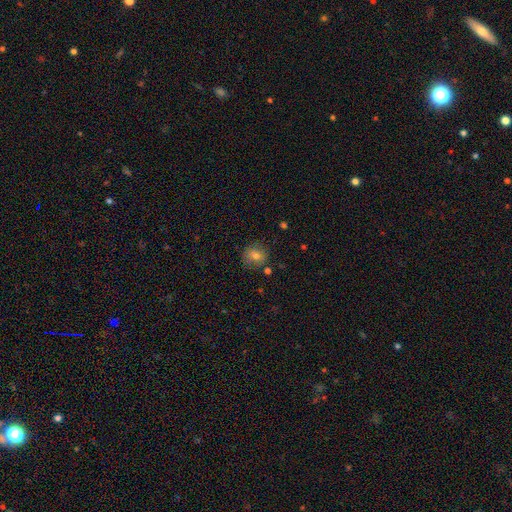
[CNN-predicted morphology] This is likely a smooth galaxy (70%). How rounded: likely round (76%). Merging: likely none (78%).